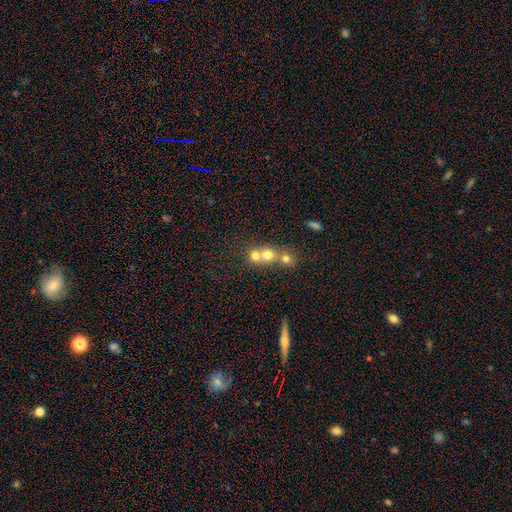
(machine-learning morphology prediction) smooth-or-featured: smooth: 49% | star or artifact: 26% | featured or disk: 24%
  merging: merger: 51% | none: 38% | minor disturbance: 7% | major disturbance: 4%